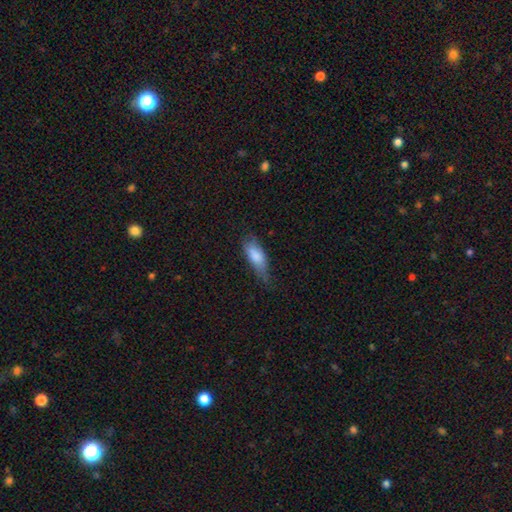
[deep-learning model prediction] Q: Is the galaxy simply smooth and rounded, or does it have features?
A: smooth — 80%.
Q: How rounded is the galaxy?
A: in between — 72%.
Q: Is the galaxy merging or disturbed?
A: none — 50%.